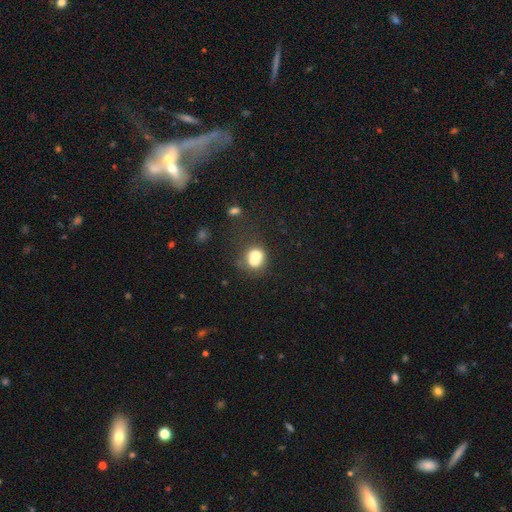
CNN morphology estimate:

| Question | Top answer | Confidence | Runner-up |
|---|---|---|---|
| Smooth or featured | smooth | 67% | featured or disk (22%) |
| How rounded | round | 71% | in between (28%) |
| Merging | merger | 53% | none (31%) |